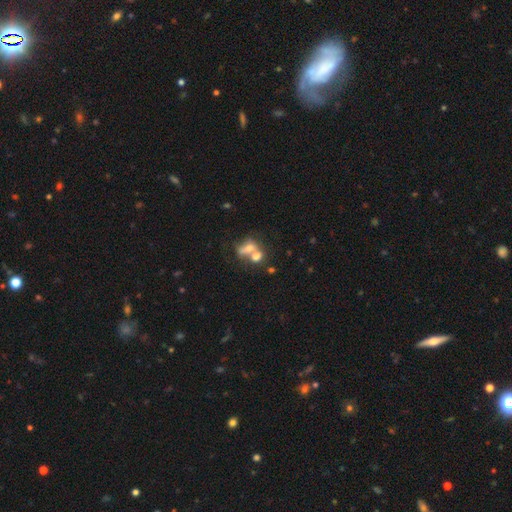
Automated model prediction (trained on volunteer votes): Overall: smooth (65%). How rounded: in between (65%; round 31%). Merging: merger (64%).